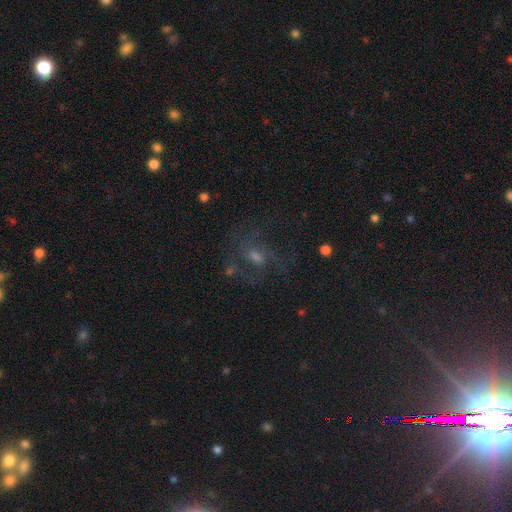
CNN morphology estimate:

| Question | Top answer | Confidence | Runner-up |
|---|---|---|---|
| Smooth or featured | featured or disk | 58% | smooth (22%) |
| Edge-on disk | no | 96% | yes (4%) |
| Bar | no | 49% | weak (42%) |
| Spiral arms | yes | 76% | no (24%) |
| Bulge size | moderate | 49% | small (32%) |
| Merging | none | 56% | major disturbance (23%) |